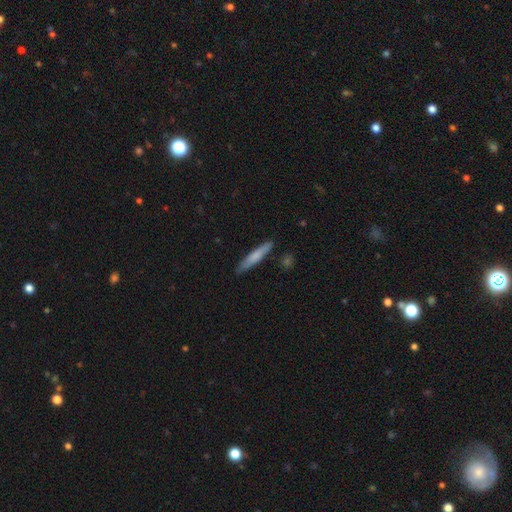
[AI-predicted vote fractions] A smooth galaxy with no disk features (69%) that is cigar-shaped (92%).

Vote fractions:
- Smooth or featured? smooth: 69% / featured or disk: 25% / star or artifact: 6%
- How rounded? cigar-shaped: 92% / in between: 6% / round: 1%
- Merging? none: 85% / minor disturbance: 11% / merger: 2% / major disturbance: 2%